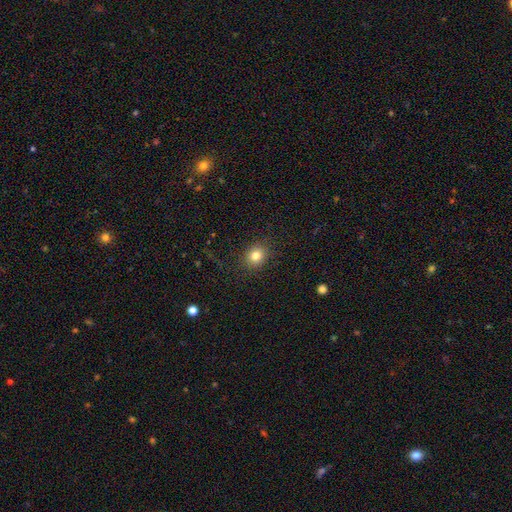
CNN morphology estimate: smooth_or_featured: smooth (p=0.80) [alt: star or artifact p=0.12]
how_rounded: round (p=0.67) [alt: in between p=0.32]
merging: none (p=0.88) [alt: minor disturbance p=0.08]